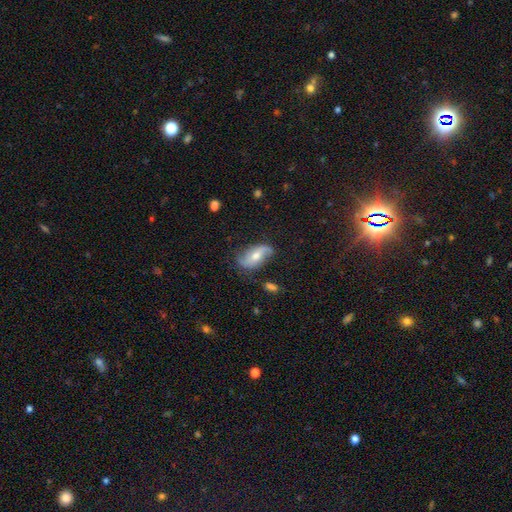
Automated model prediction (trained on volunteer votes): This appears to be a featured or disk galaxy (65%) with no bar (46%), 2 (88%) loose (75%) spiral arms (88%) and a moderate central bulge (64%). Merging: none (70%).